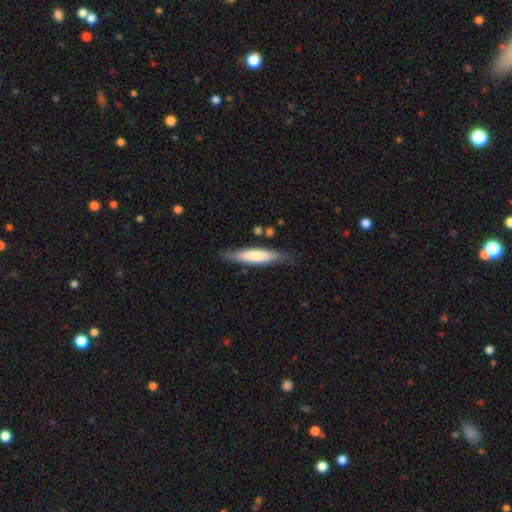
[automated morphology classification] smooth_or_featured: smooth (p=0.68) [alt: featured or disk p=0.27]
how_rounded: cigar-shaped (p=0.81) [alt: in between p=0.18]
merging: none (p=0.80) [alt: minor disturbance p=0.14]